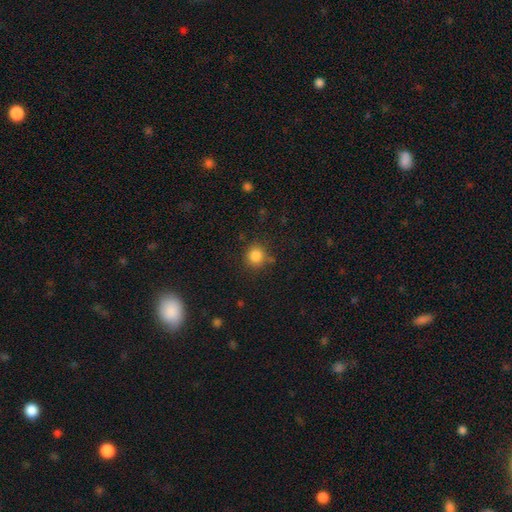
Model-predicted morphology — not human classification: smooth 84%, star or artifact 12%, featured or disk 5%. Down the decision tree: how rounded — round (88%); merging — none (79%).